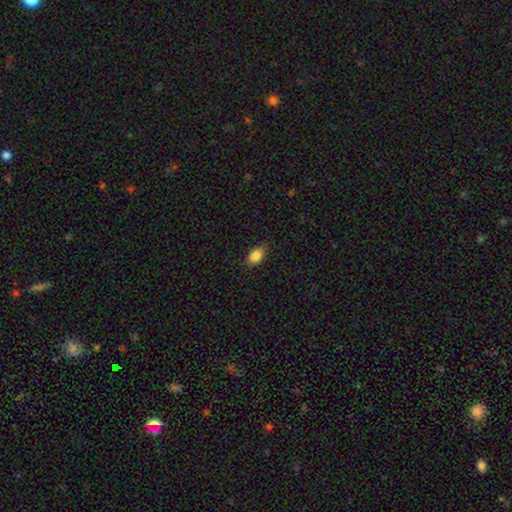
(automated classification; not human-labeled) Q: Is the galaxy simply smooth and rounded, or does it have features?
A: smooth — 85%.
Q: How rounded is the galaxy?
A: in between — 85%.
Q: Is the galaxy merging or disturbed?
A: none — 81%.